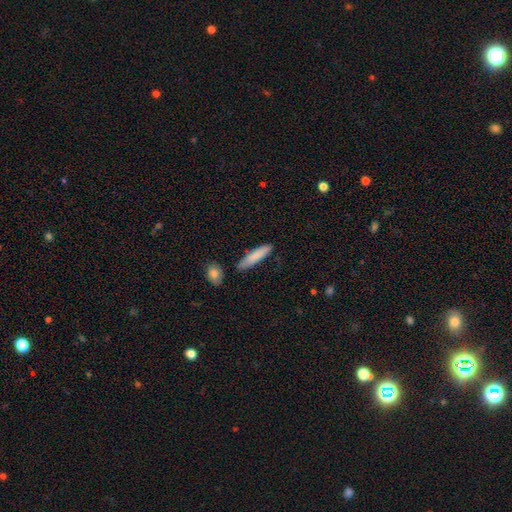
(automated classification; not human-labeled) Overall: smooth (83%). How rounded: cigar-shaped (82%). Merging: none (81%).